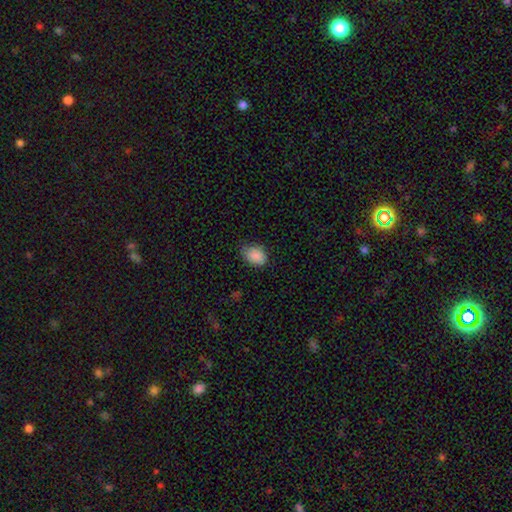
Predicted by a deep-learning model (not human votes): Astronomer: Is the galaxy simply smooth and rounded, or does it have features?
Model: smooth — 89%.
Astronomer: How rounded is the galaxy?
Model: in between — 79%.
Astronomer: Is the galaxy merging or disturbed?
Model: none — 72%.